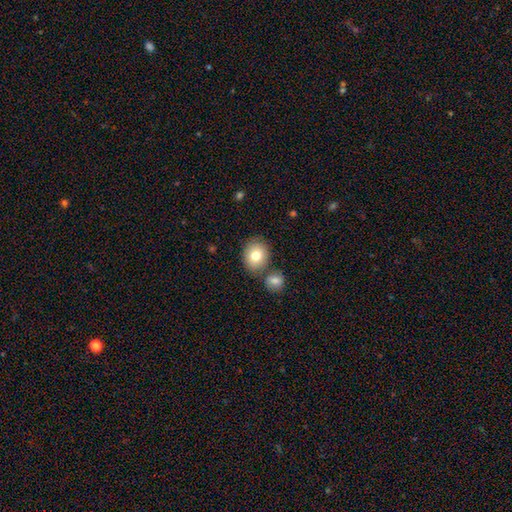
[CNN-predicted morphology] smooth_or_featured: smooth (p=0.79) [alt: featured or disk p=0.12]
how_rounded: round (p=0.62) [alt: in between p=0.38]
merging: none (p=0.69) [alt: merger p=0.17]